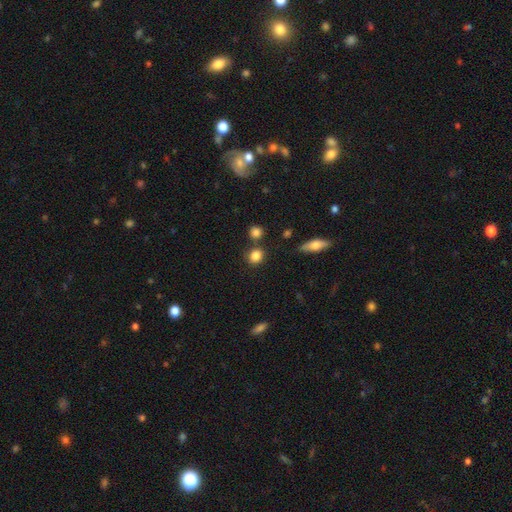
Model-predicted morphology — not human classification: Q: Smooth or featured?
A: smooth (84%); runner-up: star or artifact (10%)
Q: How rounded?
A: round (73%); runner-up: in between (25%)
Q: Merging?
A: none (74%); runner-up: merger (12%)